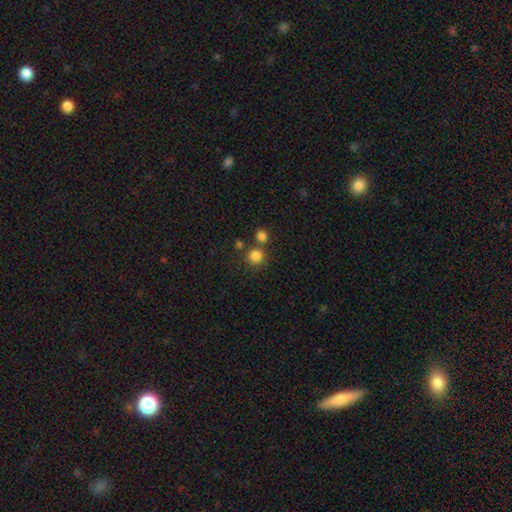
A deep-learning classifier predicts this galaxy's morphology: Smooth or featured: smooth — 83% (star or artifact — 12%)
How rounded: round — 90% (in between — 9%)
Merging: none — 71% (merger — 18%)